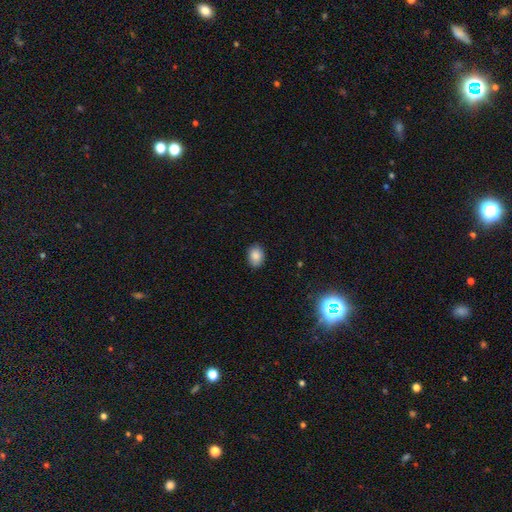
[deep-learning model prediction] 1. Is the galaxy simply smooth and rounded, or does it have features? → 85% smooth, 9% star or artifact, 5% featured or disk.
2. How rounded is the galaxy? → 72% in between, 27% round, 1% cigar-shaped.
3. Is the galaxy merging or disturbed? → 87% none, 10% minor disturbance, 2% major disturbance, 1% merger.